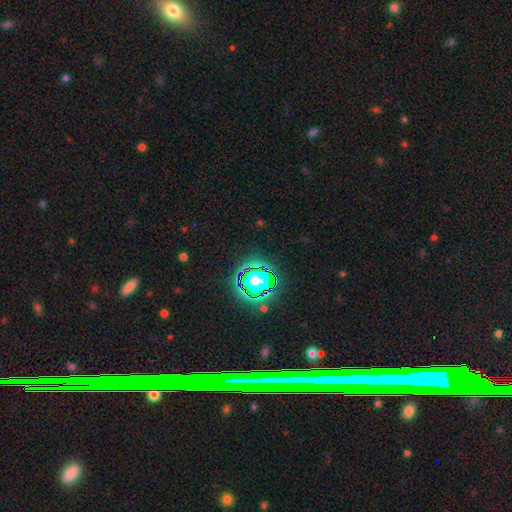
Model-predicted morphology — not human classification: Q: Smooth or featured?
A: star or artifact (76%); runner-up: featured or disk (12%)